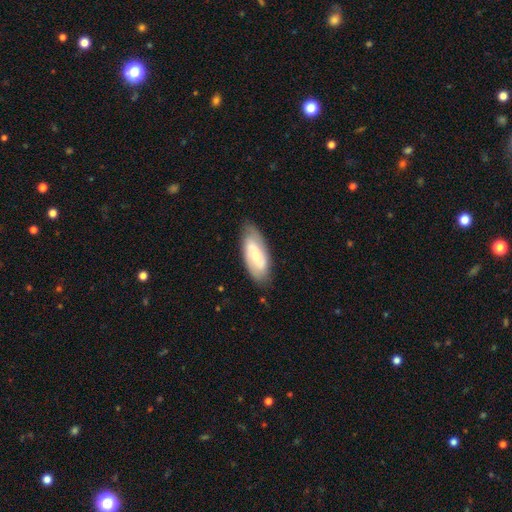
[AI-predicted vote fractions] Smooth or featured: featured or disk — 64% (smooth — 31%)
Edge-on disk: no — 91% (yes — 9%)
Bar: weak — 42% (no — 31%)
Spiral arms: yes — 81% (no — 19%)
Bulge size: small — 52% (moderate — 43%)
Merging: none — 80% (minor disturbance — 15%)